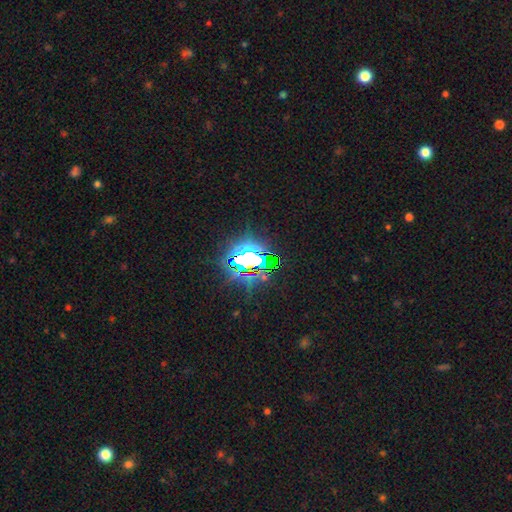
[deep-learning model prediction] star or artifact 80%, smooth 11%, featured or disk 9%.